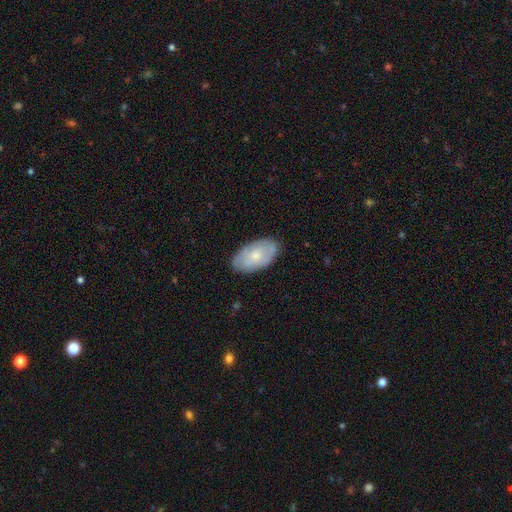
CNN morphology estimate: Overall: smooth (56%; featured or disk 38%). How rounded: in between (94%). Merging: none (81%).